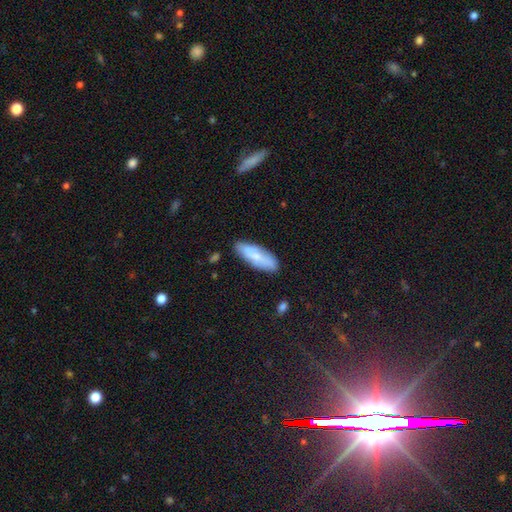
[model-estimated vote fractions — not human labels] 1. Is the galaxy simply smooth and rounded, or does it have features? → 68% smooth, 26% featured or disk, 6% star or artifact.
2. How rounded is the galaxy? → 59% in between, 39% cigar-shaped, 2% round.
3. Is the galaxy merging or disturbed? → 80% none, 15% minor disturbance, 3% major disturbance, 2% merger.